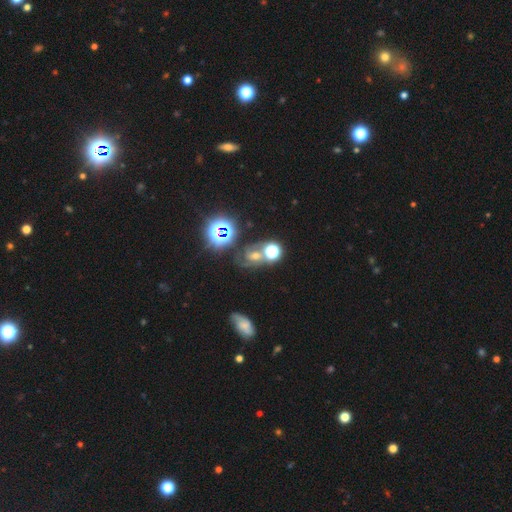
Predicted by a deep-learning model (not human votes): This appears to be a star or artifact, not a galaxy (39%).